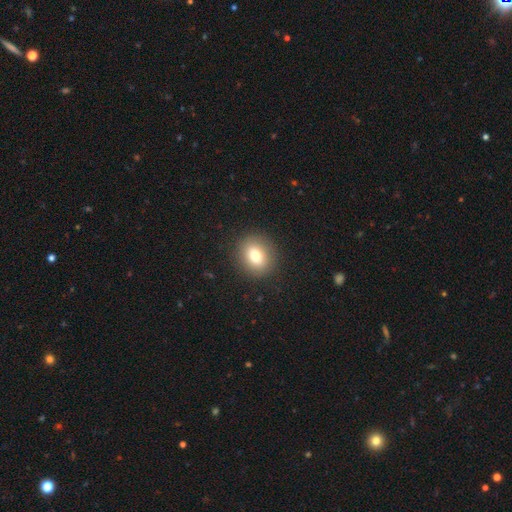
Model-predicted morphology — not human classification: smooth-or-featured: smooth: 77% | featured or disk: 13% | star or artifact: 10%
  how-rounded: round: 64% | in between: 35% | cigar-shaped: 1%
  merging: none: 89% | minor disturbance: 7% | major disturbance: 3% | merger: 1%